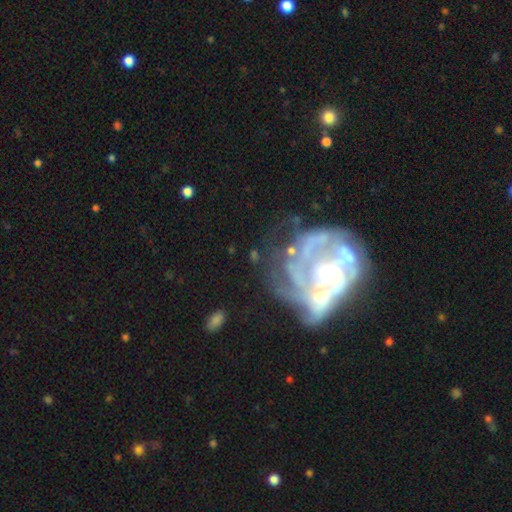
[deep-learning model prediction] This is likely a featured or disk galaxy (80%). It is clearly not viewed edge-on (97%). Bar: likely no (65%). Spiral arm pattern: likely yes (71%). Spiral arm count: marginally can't tell (42%). Spiral winding: marginally tight (43%). Central bulge: likely moderate (64%). Merging: marginally merger (34%).